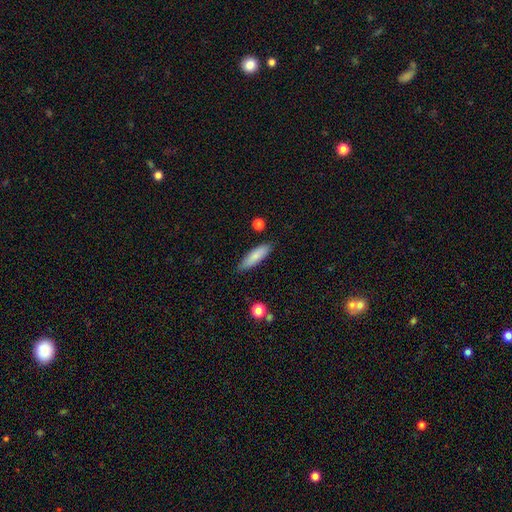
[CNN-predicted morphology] Smooth or featured?
  - smooth: 82% *
  - featured or disk: 12%
  - star or artifact: 6%
How rounded?
  - cigar-shaped: 58% *
  - in between: 41%
  - round: 2%
Merging?
  - none: 85% *
  - minor disturbance: 11%
  - major disturbance: 2%
  - merger: 2%